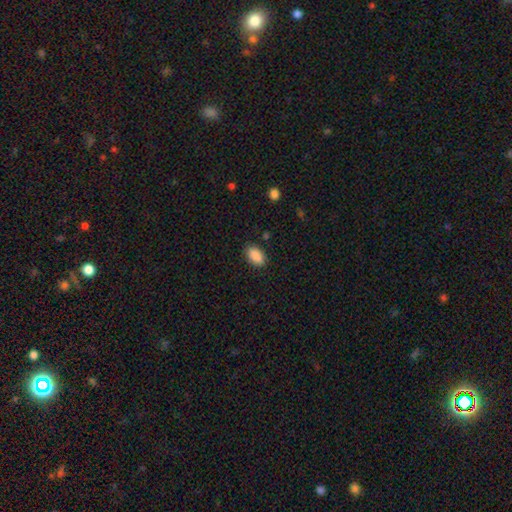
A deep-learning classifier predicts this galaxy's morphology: This is clearly a smooth galaxy (89%). How rounded: clearly in between (92%). Merging: clearly none (87%).